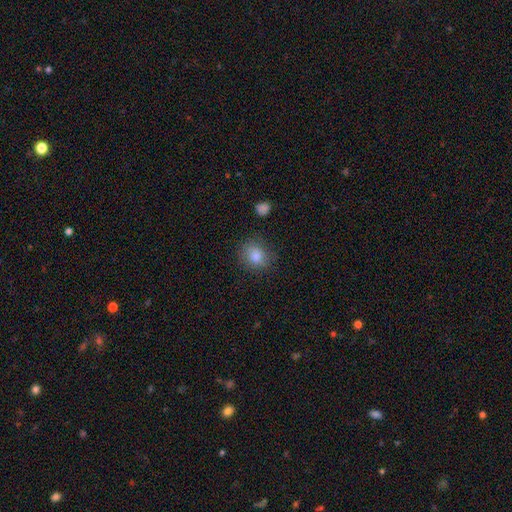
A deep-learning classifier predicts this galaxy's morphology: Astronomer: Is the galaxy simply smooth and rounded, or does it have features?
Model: smooth — 82%.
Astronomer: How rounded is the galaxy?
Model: round — 70%.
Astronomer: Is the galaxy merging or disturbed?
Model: none — 83%.